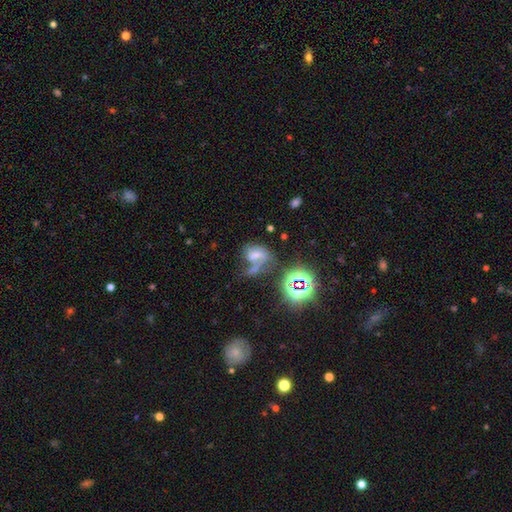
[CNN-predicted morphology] A star or artifact, not a galaxy (37%).